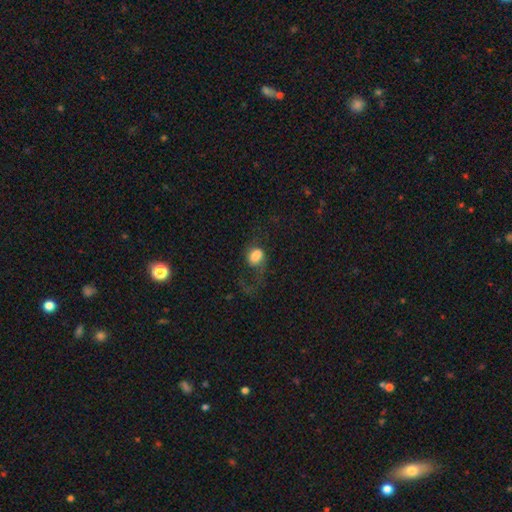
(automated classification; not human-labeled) smooth 65%, featured or disk 25%, star or artifact 10%. Down the decision tree: how rounded — round (51%); merging — major disturbance (42%).